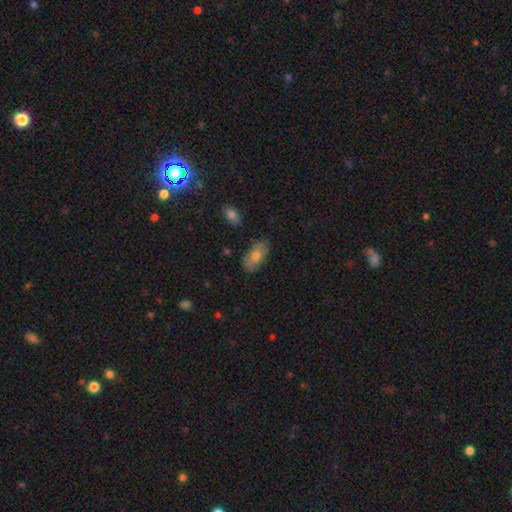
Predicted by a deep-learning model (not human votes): Smooth or featured? smooth (72%)
How rounded? in between (91%)
Merging? none (82%)